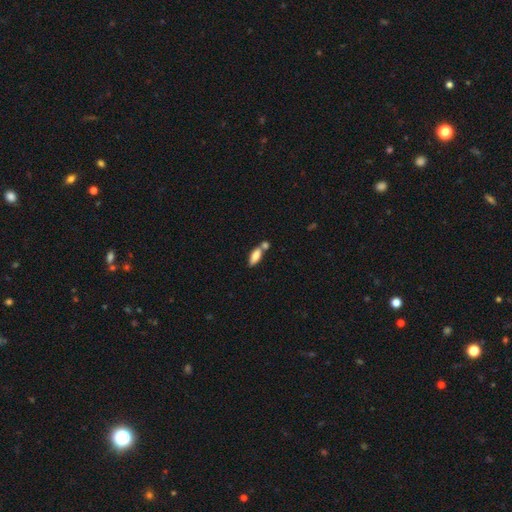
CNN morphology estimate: smooth 79%, featured or disk 14%, star or artifact 7%. Down the decision tree: how rounded — in between (75%); merging — none (51%).